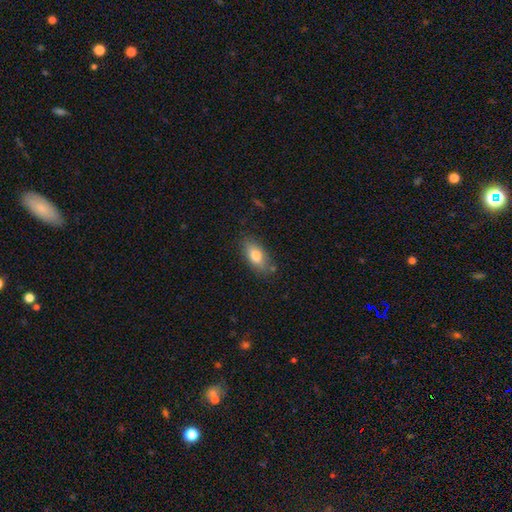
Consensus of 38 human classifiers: Smooth or featured?
  - smooth: 82% *
  - featured or disk: 16%
  - star or artifact: 3%
How rounded?
  - in between: 74% *
  - cigar-shaped: 26%
  - round: 0%
Merging?
  - none: 70% *
  - merger: 14%
  - minor disturbance: 11%
  - major disturbance: 5%